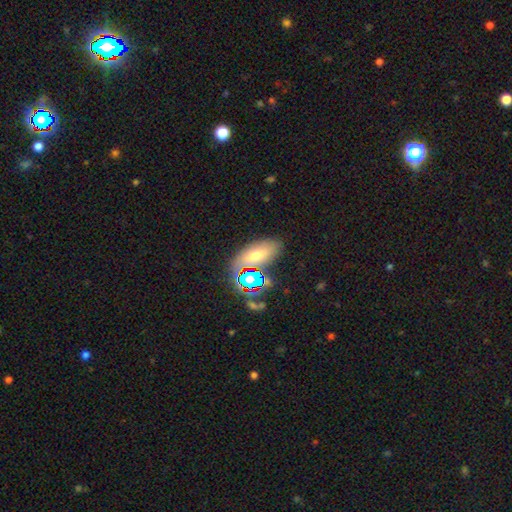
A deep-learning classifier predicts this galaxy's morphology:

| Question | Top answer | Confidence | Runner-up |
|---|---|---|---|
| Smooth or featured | smooth | 39% | star or artifact (34%) |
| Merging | none | 59% | merger (19%) |